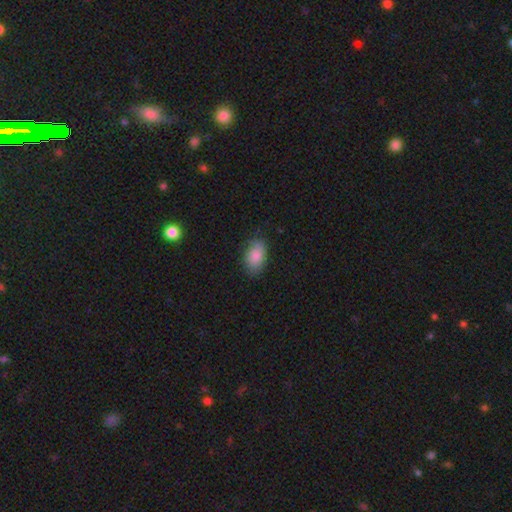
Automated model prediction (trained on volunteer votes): Smooth or featured? Predicted: smooth (p=0.84). How rounded? Predicted: in between (p=0.89). Merging? Predicted: none (p=0.76).